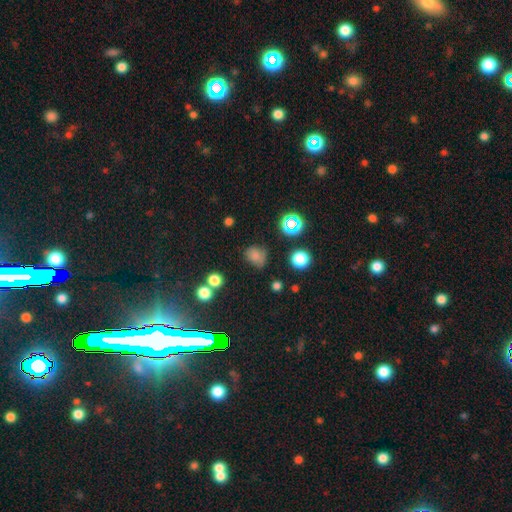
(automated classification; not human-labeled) Q: Smooth or featured?
A: smooth (71%); runner-up: star or artifact (22%)
Q: How rounded?
A: round (56%); runner-up: in between (43%)
Q: Merging?
A: none (61%); runner-up: minor disturbance (25%)